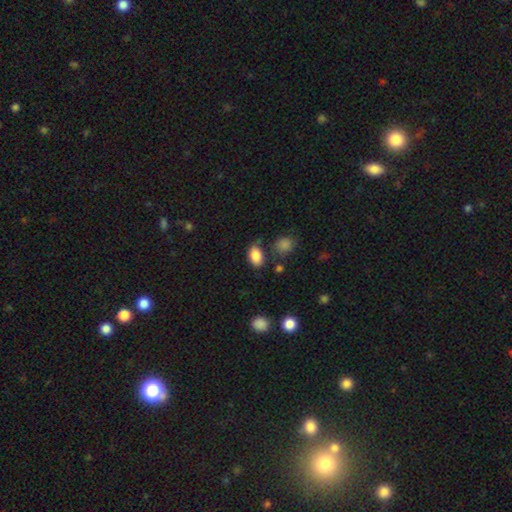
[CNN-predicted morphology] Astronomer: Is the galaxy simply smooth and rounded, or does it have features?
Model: smooth — 86%.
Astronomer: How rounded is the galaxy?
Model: in between — 88%.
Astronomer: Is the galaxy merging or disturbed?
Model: none — 68%.